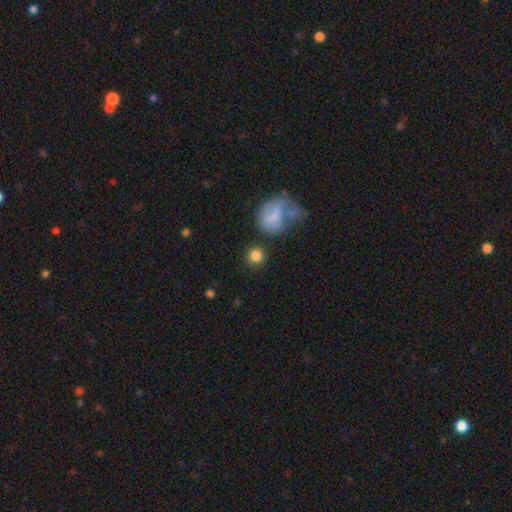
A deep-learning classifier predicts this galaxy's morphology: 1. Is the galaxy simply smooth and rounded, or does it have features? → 83% smooth, 9% star or artifact, 8% featured or disk.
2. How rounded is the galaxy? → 88% round, 11% in between, 1% cigar-shaped.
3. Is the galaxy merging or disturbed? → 77% none, 10% minor disturbance, 8% merger, 5% major disturbance.